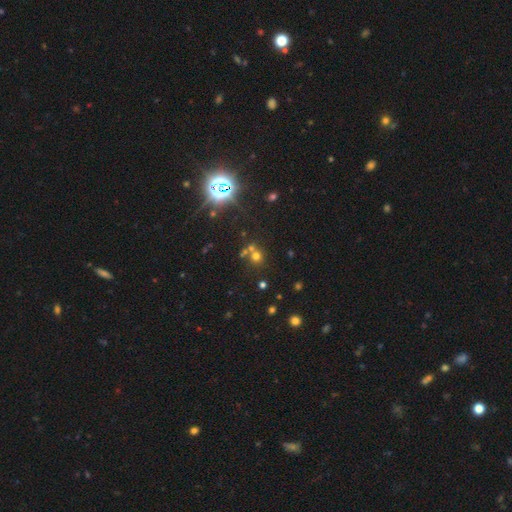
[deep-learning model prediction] A smooth galaxy with no disk features (51%) that is round (88%). Merging: none (59%).